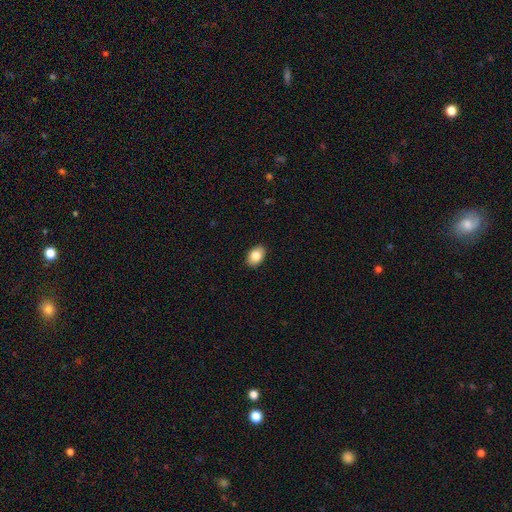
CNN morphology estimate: A smooth galaxy with no disk features (84%) that is in between round and cigar-shaped (87%). Merging: none (90%).